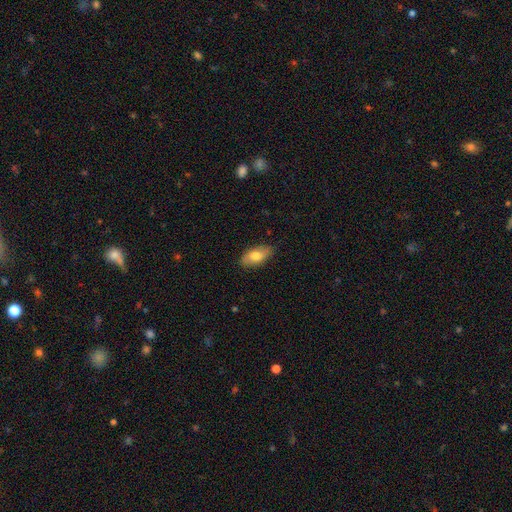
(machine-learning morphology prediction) This is likely a smooth galaxy (76%). How rounded: clearly in between (91%). Merging: clearly none (85%).